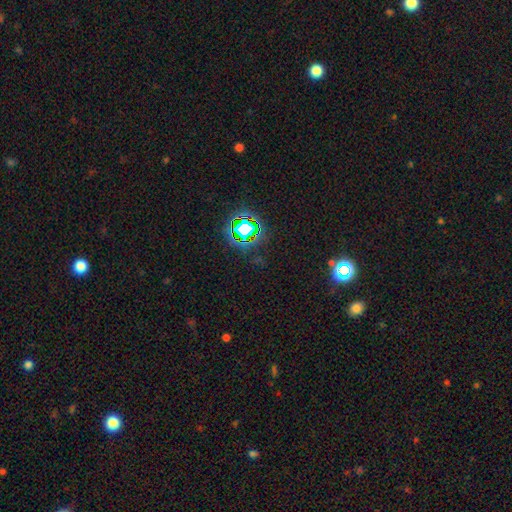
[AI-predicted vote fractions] Smooth or featured? star or artifact (79%)